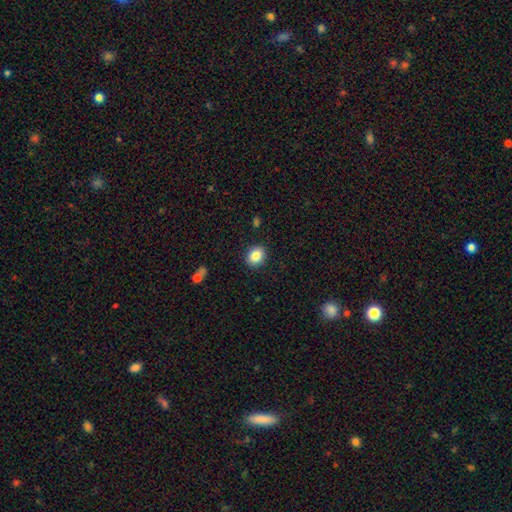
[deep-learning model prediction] Overall: smooth (84%). How rounded: round (57%; in between 42%). Merging: none (90%).